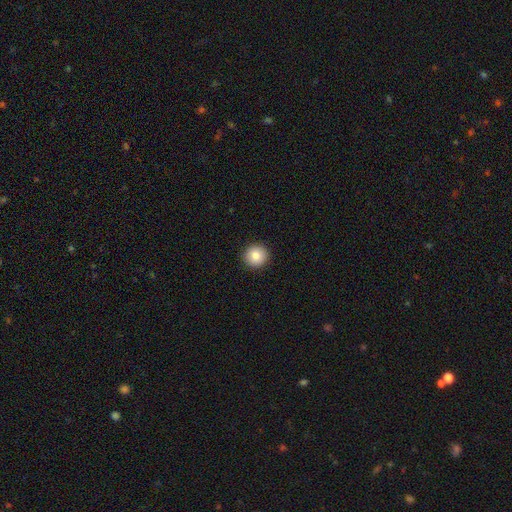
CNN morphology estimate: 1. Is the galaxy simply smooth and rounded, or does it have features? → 83% smooth, 9% star or artifact, 8% featured or disk.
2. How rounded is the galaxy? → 94% round, 5% in between, 1% cigar-shaped.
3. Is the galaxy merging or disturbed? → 93% none, 4% minor disturbance, 1% major disturbance, 1% merger.